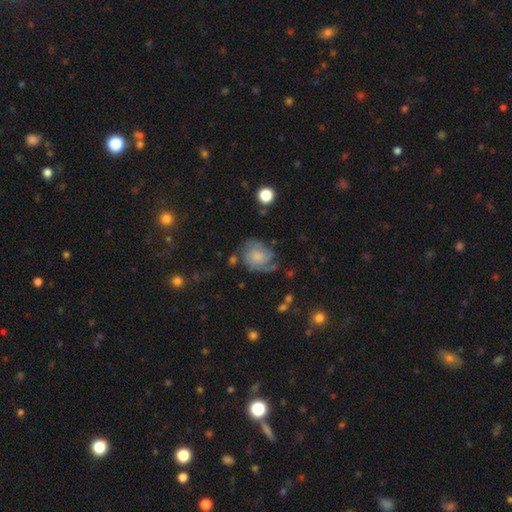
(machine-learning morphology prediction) Smooth or featured? featured or disk (62%)
Edge-on disk? no (98%)
Bar? no (74%)
Spiral arms? yes (90%)
Spiral winding? tight (43%)
Spiral arm count? 2 (46%)
Bulge size? small (41%)
Merging? none (54%)